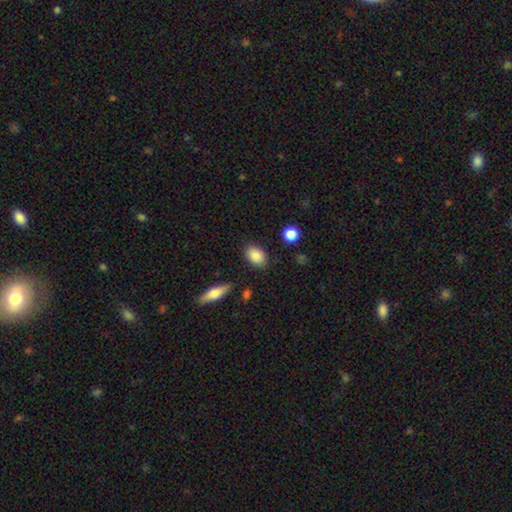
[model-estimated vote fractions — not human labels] Overall: smooth (87%). How rounded: in between (82%). Merging: none (85%).